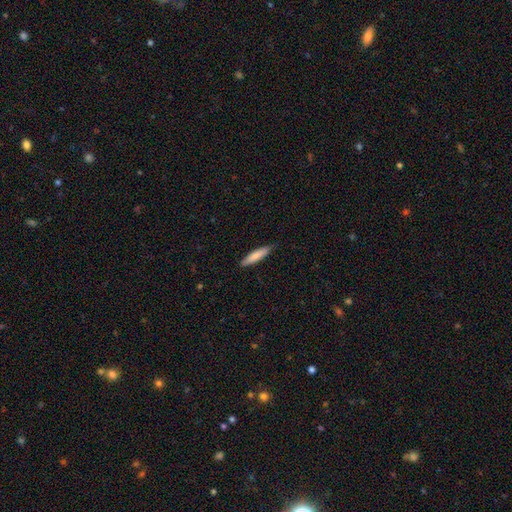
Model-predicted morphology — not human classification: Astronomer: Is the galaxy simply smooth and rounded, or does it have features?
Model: smooth — 81%.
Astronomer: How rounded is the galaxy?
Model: cigar-shaped — 84%.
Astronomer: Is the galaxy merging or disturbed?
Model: none — 83%.